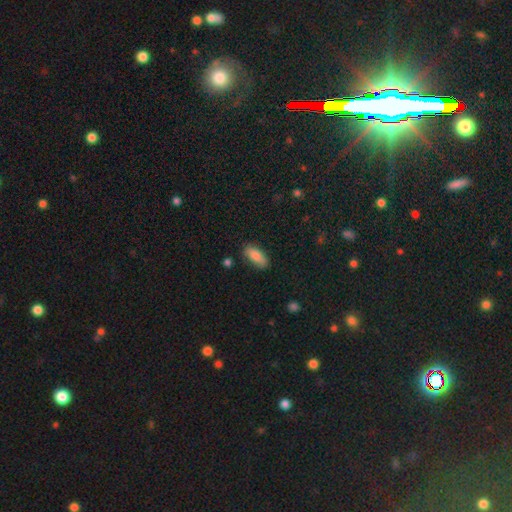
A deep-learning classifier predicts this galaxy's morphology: Smooth or featured? smooth (86%)
How rounded? in between (81%)
Merging? none (81%)